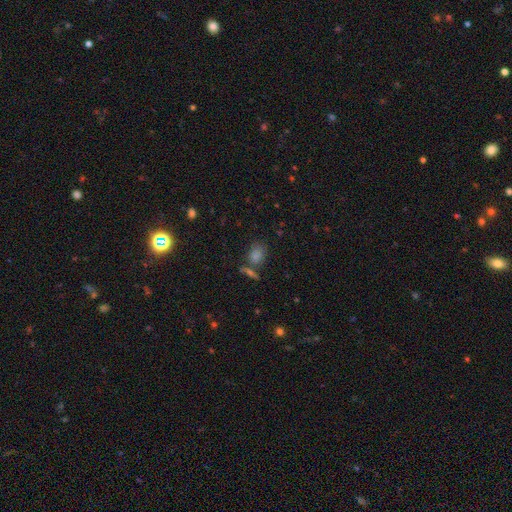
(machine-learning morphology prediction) This appears to be a smooth galaxy with no disk features (61%) that is in between round and cigar-shaped (51%). Merging: none (69%).